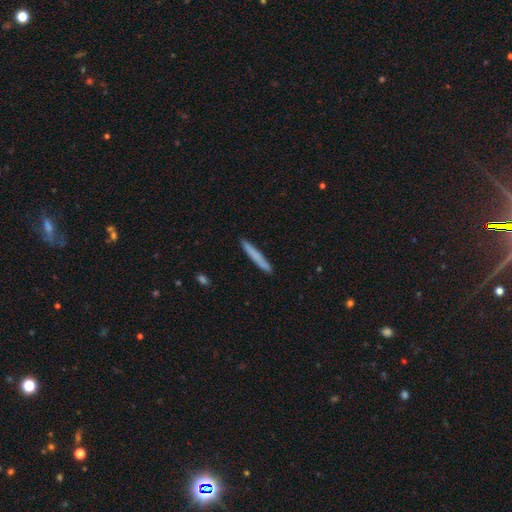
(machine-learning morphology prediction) smooth 74%, featured or disk 20%, star or artifact 6%. Down the decision tree: how rounded — cigar-shaped (97%); merging — none (91%).